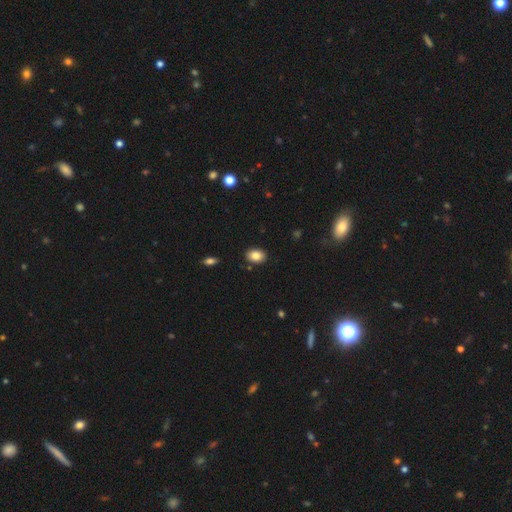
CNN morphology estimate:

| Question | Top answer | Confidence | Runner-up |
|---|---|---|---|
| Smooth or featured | smooth | 85% | star or artifact (8%) |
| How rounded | in between | 77% | round (22%) |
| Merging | none | 87% | minor disturbance (9%) |